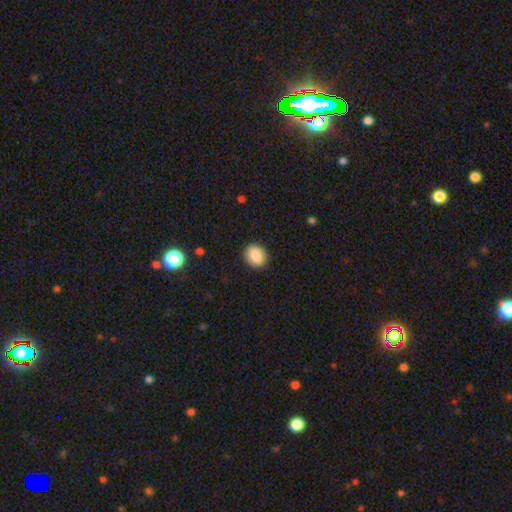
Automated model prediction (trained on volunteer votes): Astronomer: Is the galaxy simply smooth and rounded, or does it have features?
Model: smooth — 86%.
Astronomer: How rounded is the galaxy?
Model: round — 65%.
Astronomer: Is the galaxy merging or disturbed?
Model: none — 88%.